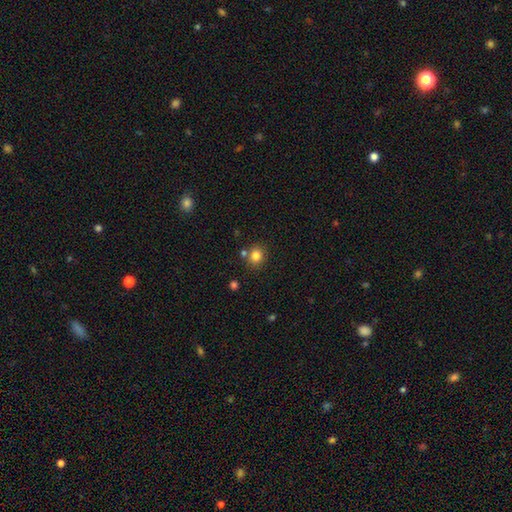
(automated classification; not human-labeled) This appears to be a smooth galaxy with no disk features (82%) that is round (81%). Merging: none (75%).